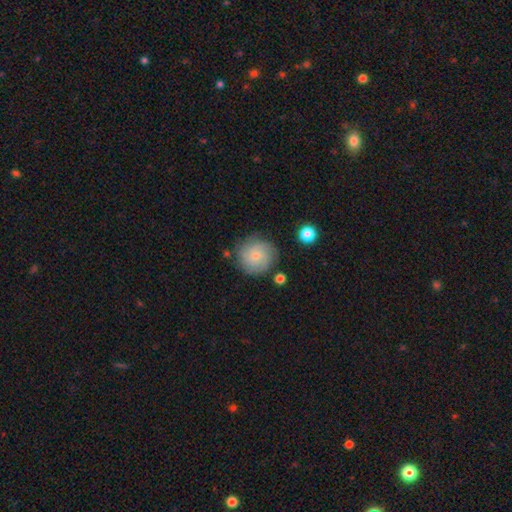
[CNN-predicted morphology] A smooth galaxy with no disk features (50%).

Vote fractions:
- Smooth or featured? smooth: 50% / featured or disk: 42% / star or artifact: 9%
- Merging? none: 79% / minor disturbance: 14% / major disturbance: 5% / merger: 3%